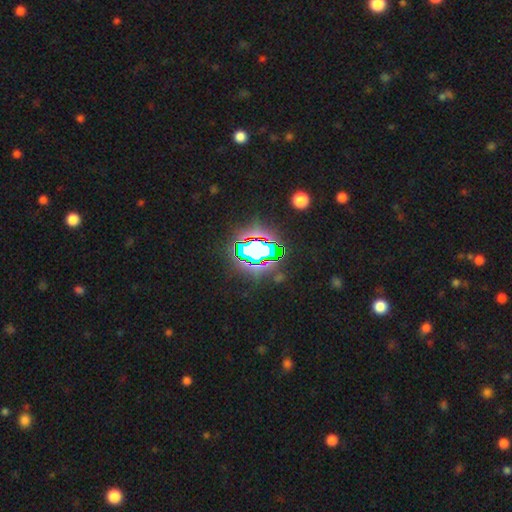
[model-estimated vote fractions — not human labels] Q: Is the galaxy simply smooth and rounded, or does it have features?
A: star or artifact — 77%.